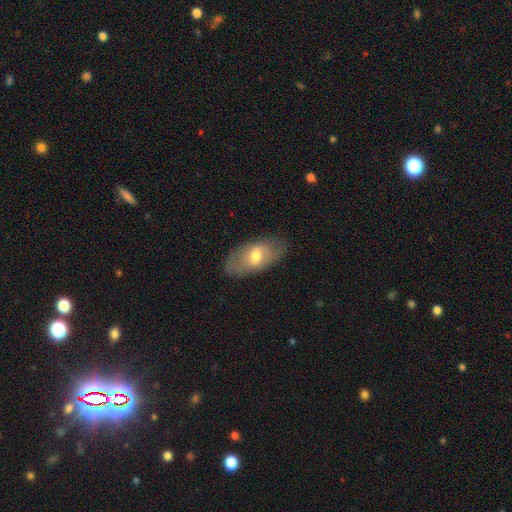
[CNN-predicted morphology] A smooth galaxy with no disk features (51%) that is in between round and cigar-shaped (90%). Merging: none (79%).